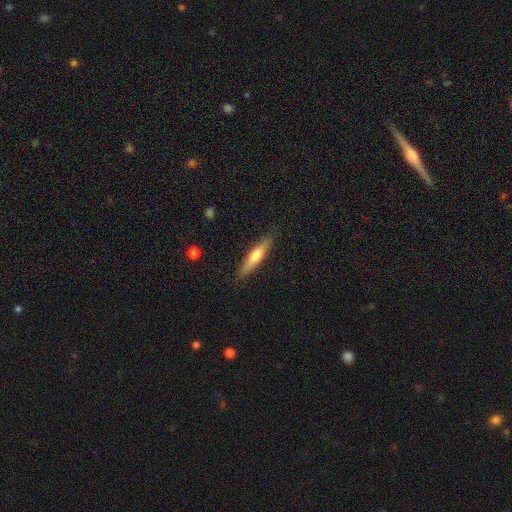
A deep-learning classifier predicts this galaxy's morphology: A smooth galaxy with no disk features (50%) that is cigar-shaped (85%).

Vote fractions:
- Smooth or featured? smooth: 50% / featured or disk: 44% / star or artifact: 6%
- How rounded? cigar-shaped: 85% / in between: 13% / round: 2%
- Merging? none: 88% / minor disturbance: 9% / major disturbance: 2% / merger: 1%